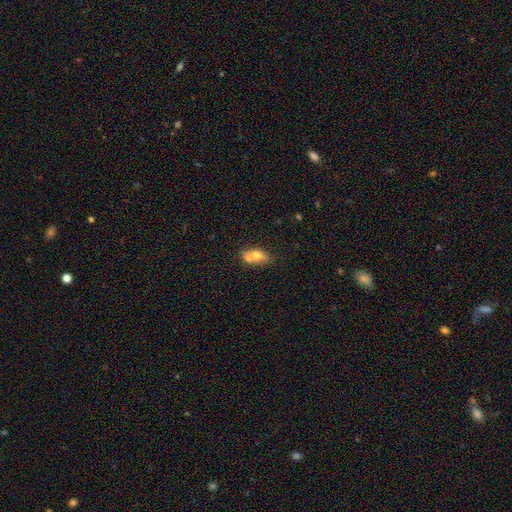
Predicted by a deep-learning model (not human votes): smooth-or-featured: smooth: 67% | featured or disk: 25% | star or artifact: 8%
  how-rounded: in between: 83% | round: 12% | cigar-shaped: 6%
  merging: merger: 42% | none: 40% | minor disturbance: 14% | major disturbance: 5%